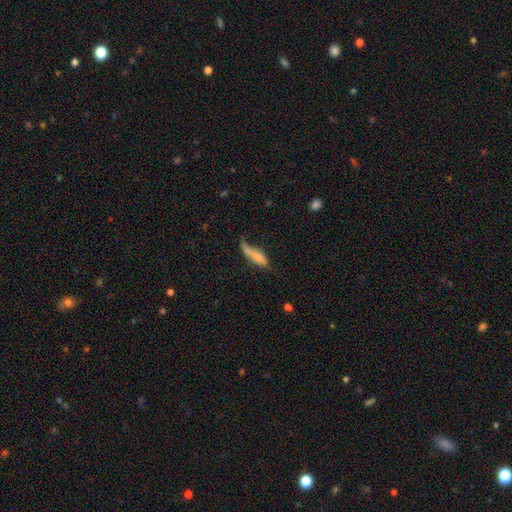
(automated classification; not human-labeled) Morphology: type=smooth (70%); roundness=cigar-shaped (53%); merging=minor disturbance (31%, tied with none).